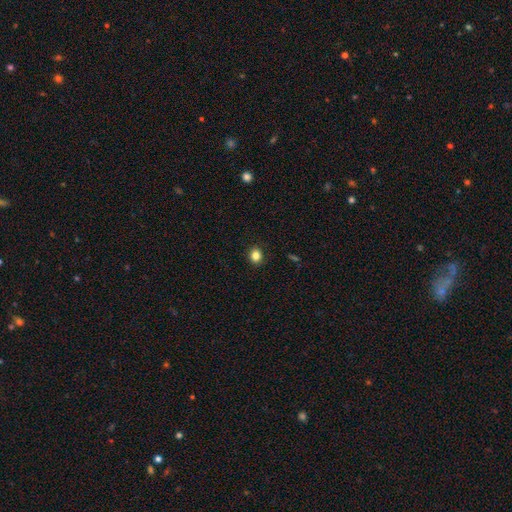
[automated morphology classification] This appears to be a smooth galaxy with no disk features (83%) that is round (72%). Merging: none (91%).